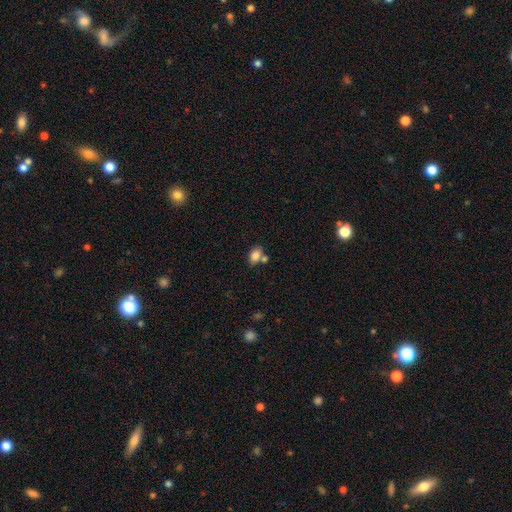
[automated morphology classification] Overall: smooth (83%). How rounded: in between (82%). Merging: none (55%; merger 26%).